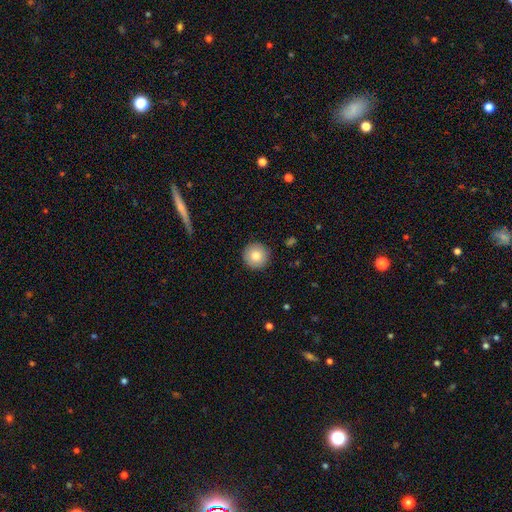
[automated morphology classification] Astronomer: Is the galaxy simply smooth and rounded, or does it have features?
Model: smooth — 83%.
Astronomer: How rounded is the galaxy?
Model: round — 96%.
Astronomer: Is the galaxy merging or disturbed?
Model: none — 92%.